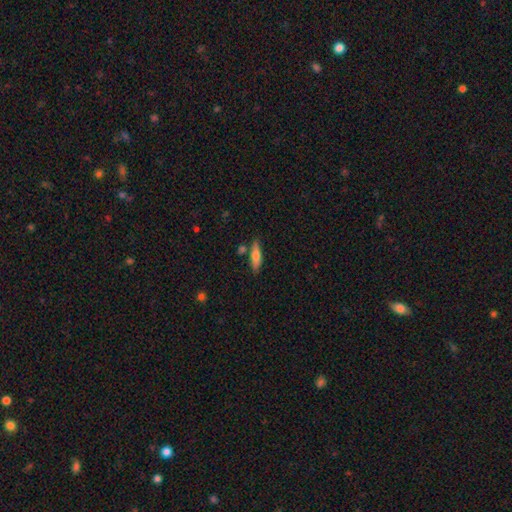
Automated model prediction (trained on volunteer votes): Smooth or featured? smooth (58%)
How rounded? cigar-shaped (66%)
Merging? none (76%)